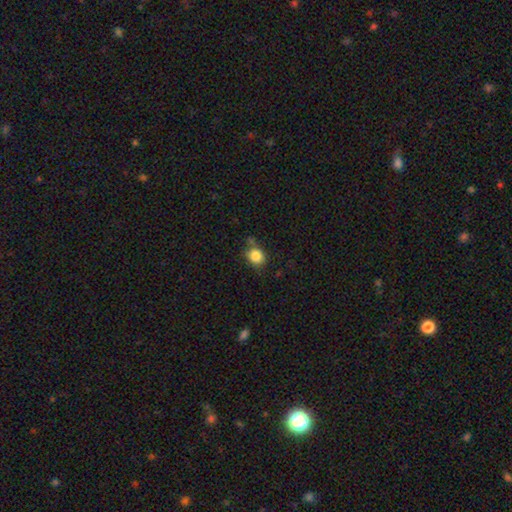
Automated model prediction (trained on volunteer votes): Morphology: type=smooth (85%); roundness=round (59%); merging=none (66%).